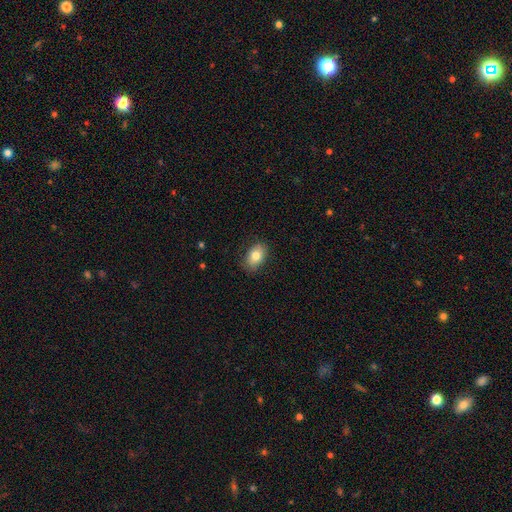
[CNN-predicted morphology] Q: Smooth or featured?
A: smooth (80%); runner-up: featured or disk (12%)
Q: How rounded?
A: in between (85%); runner-up: round (14%)
Q: Merging?
A: none (85%); runner-up: minor disturbance (12%)